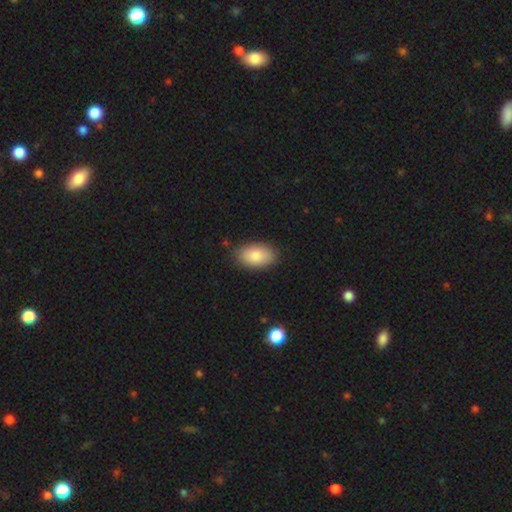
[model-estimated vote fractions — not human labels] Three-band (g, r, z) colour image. It shows a smooth galaxy with no disk features (86%) that is in between round and cigar-shaped (94%). Merging: none (85%).